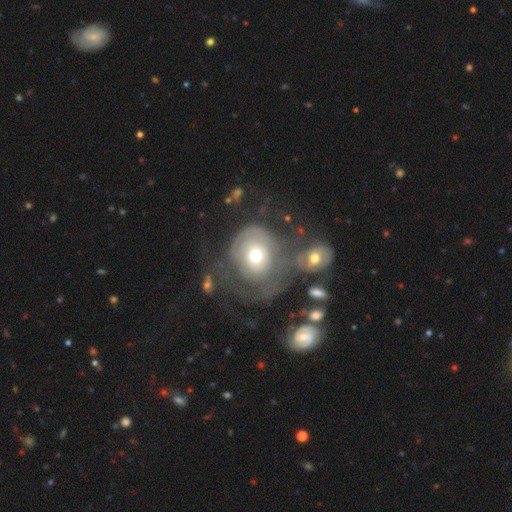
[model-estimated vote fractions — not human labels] Morphology: type=featured or disk (47%); merging=major disturbance (31%).